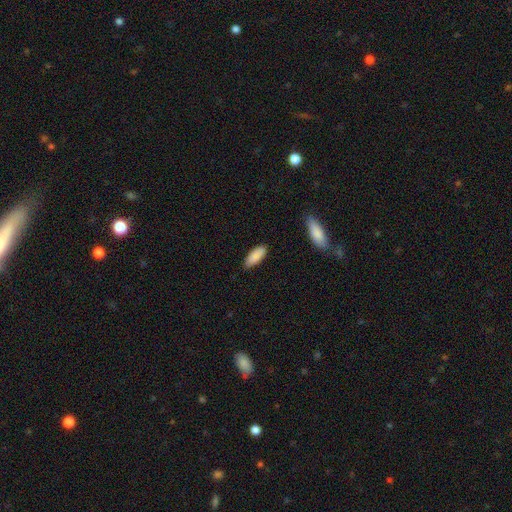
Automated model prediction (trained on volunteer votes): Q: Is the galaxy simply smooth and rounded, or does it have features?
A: smooth — 89%.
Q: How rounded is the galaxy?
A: in between — 75%.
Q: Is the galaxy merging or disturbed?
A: none — 77%.